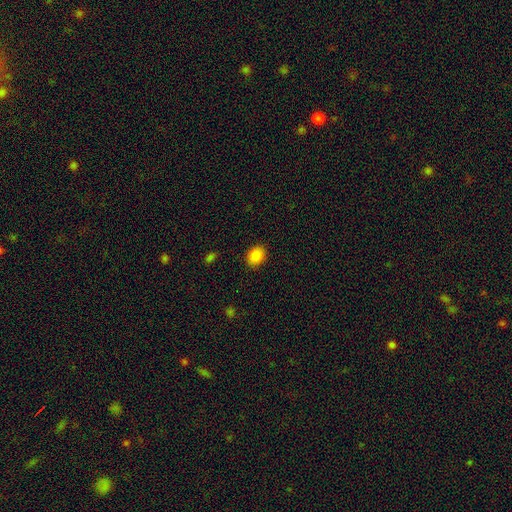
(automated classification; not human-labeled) smooth-or-featured: smooth: 86% | star or artifact: 9% | featured or disk: 4%
  how-rounded: in between: 57% | round: 42% | cigar-shaped: 1%
  merging: none: 88% | minor disturbance: 8% | major disturbance: 2% | merger: 1%